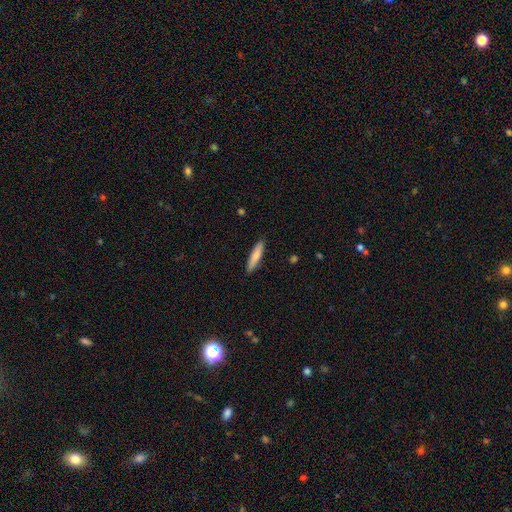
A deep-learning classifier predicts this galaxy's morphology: A smooth galaxy with no disk features (80%) that is cigar-shaped (85%). Merging: none (90%).